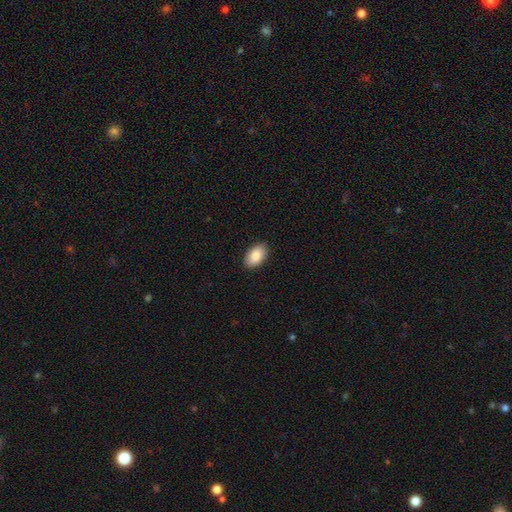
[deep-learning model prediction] Smooth or featured: smooth — 88% (star or artifact — 6%)
How rounded: in between — 94% (round — 4%)
Merging: none — 90% (minor disturbance — 7%)